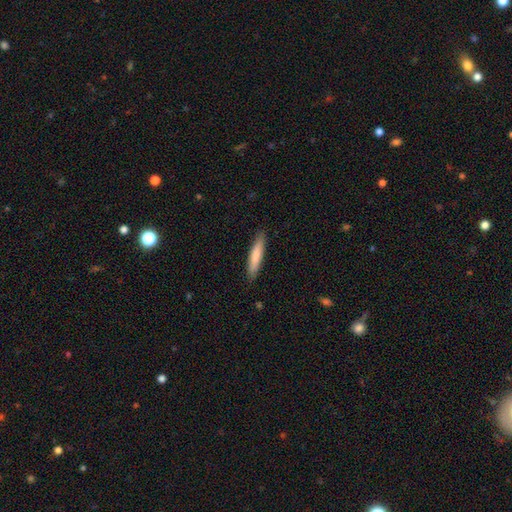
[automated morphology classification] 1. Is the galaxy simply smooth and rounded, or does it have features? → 81% smooth, 14% featured or disk, 5% star or artifact.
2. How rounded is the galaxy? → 86% cigar-shaped, 13% in between, 1% round.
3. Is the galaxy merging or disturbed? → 88% none, 9% minor disturbance, 2% major disturbance, 1% merger.